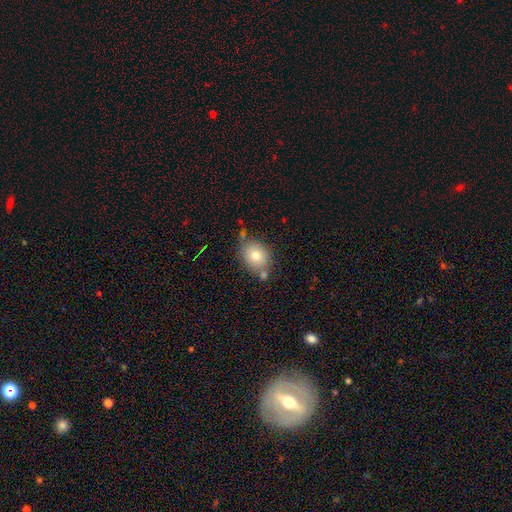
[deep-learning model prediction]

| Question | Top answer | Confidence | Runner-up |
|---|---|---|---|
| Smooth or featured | smooth | 75% | featured or disk (15%) |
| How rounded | round | 53% | in between (46%) |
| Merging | none | 65% | minor disturbance (17%) |